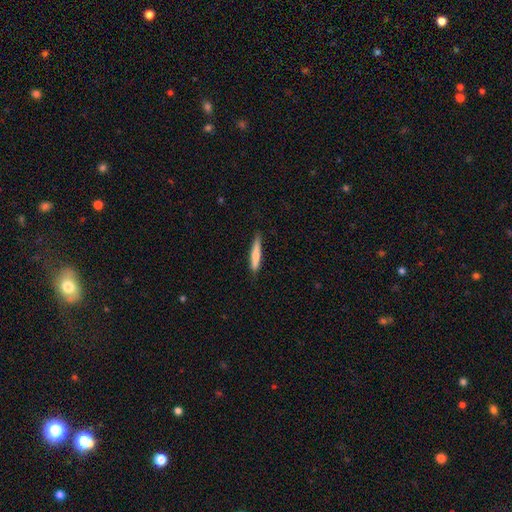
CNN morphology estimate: Smooth or featured?
  - smooth: 71% *
  - featured or disk: 23%
  - star or artifact: 6%
How rounded?
  - cigar-shaped: 91% *
  - in between: 7%
  - round: 1%
Merging?
  - none: 82% *
  - minor disturbance: 14%
  - major disturbance: 2%
  - merger: 1%